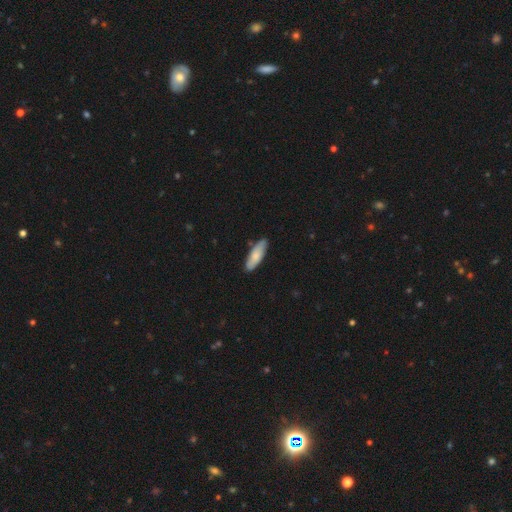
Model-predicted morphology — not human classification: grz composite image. It shows a smooth galaxy with no disk features (76%) that is in between round and cigar-shaped (54%). Merging: none (83%).